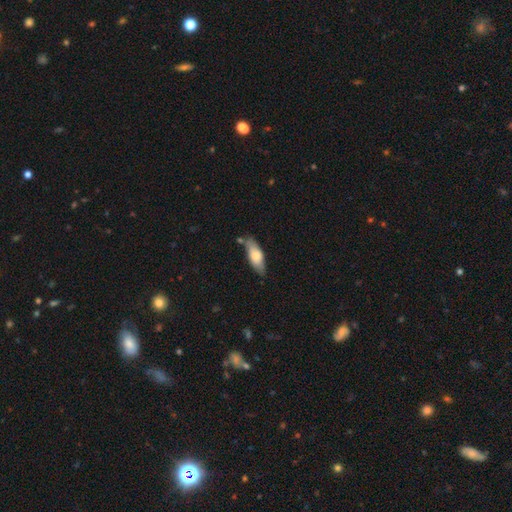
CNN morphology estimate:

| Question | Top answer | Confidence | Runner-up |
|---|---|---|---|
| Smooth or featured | smooth | 69% | featured or disk (25%) |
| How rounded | in between | 66% | cigar-shaped (32%) |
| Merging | none | 68% | minor disturbance (21%) |